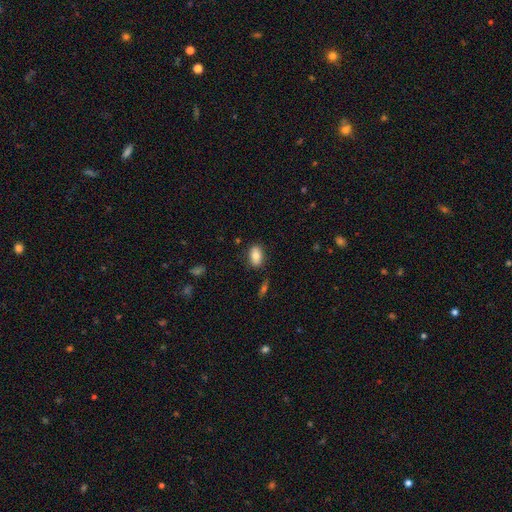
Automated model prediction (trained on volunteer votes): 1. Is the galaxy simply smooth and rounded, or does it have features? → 81% smooth, 11% featured or disk, 8% star or artifact.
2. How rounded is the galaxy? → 89% in between, 9% round, 3% cigar-shaped.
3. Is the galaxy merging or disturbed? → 82% none, 13% minor disturbance, 3% major disturbance, 2% merger.